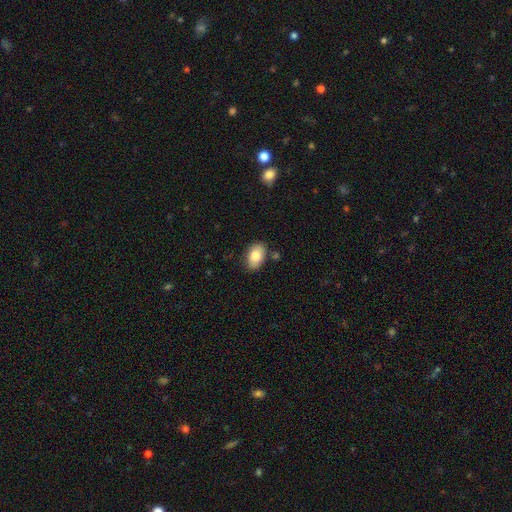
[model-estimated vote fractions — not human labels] Overall: smooth (82%). How rounded: in between (89%). Merging: none (80%).